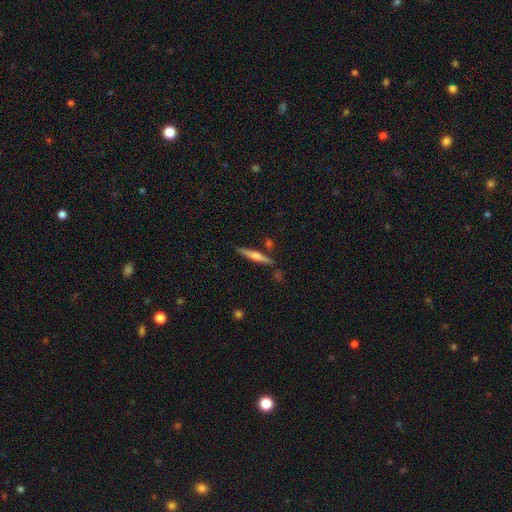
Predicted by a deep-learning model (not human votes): Smooth or featured? Predicted: featured or disk (p=0.51). Edge-on disk? Predicted: yes (p=0.96). Merging? Predicted: none (p=0.82).